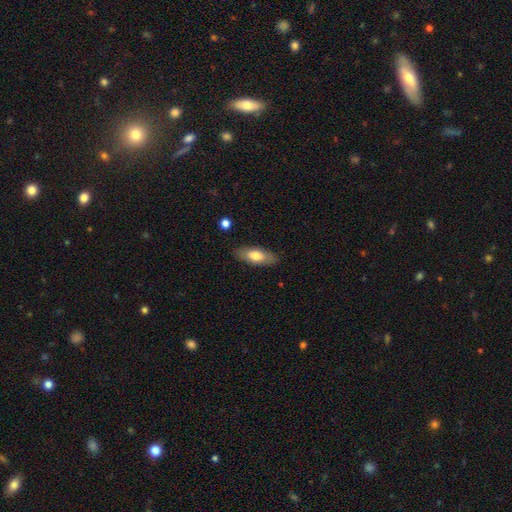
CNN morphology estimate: Q: Smooth or featured?
A: smooth (71%); runner-up: featured or disk (23%)
Q: How rounded?
A: in between (75%); runner-up: cigar-shaped (22%)
Q: Merging?
A: none (86%); runner-up: minor disturbance (10%)